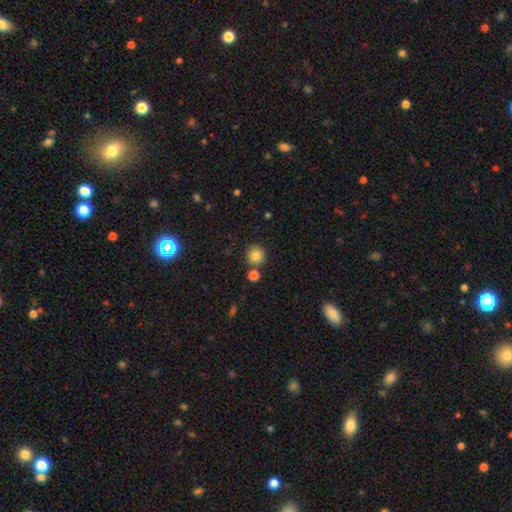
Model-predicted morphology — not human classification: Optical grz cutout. It shows a smooth galaxy with no disk features (82%) that is round (94%). Merging: none (80%).